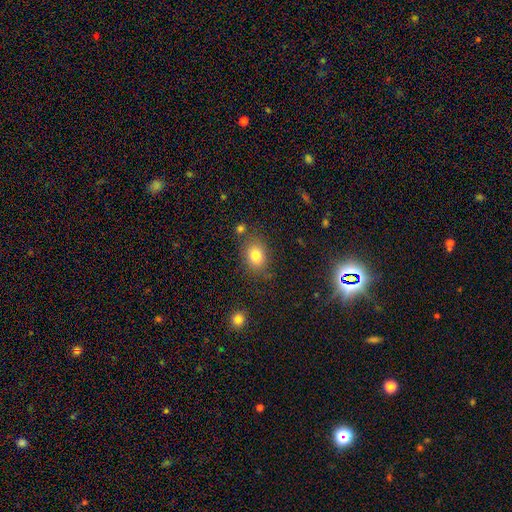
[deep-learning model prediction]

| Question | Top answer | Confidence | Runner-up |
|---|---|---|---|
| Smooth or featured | smooth | 81% | star or artifact (11%) |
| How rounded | in between | 62% | round (37%) |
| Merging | none | 77% | minor disturbance (13%) |